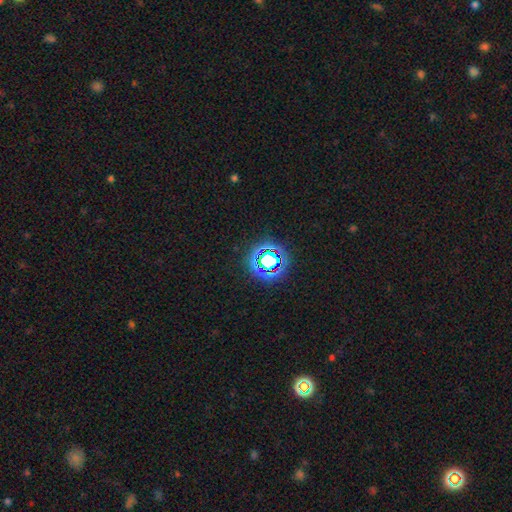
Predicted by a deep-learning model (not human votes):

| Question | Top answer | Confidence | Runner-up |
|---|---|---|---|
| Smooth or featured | star or artifact | 66% | smooth (23%) |